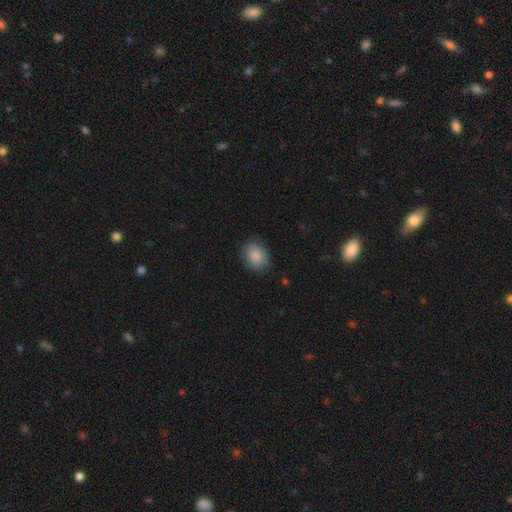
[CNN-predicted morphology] smooth 87%, star or artifact 7%, featured or disk 6%. Down the decision tree: how rounded — in between (53%); merging — none (81%).